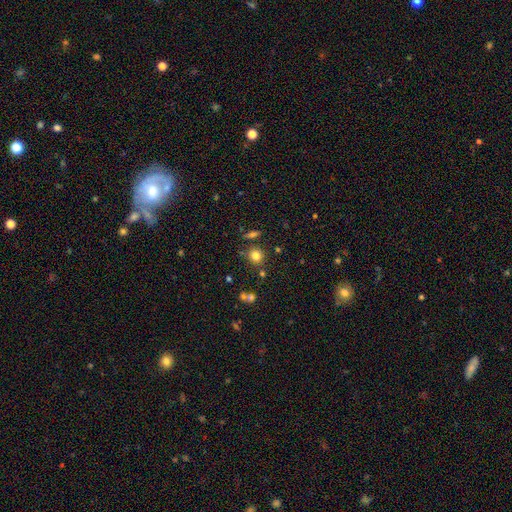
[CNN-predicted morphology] smooth-or-featured: smooth: 77% | star or artifact: 15% | featured or disk: 8%
  how-rounded: round: 88% | in between: 11% | cigar-shaped: 1%
  merging: none: 79% | minor disturbance: 9% | merger: 8% | major disturbance: 3%